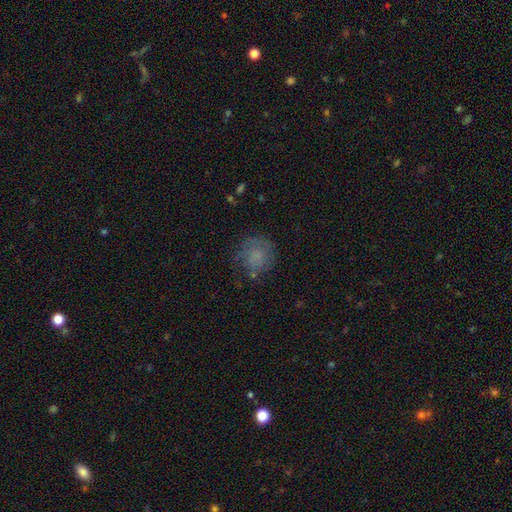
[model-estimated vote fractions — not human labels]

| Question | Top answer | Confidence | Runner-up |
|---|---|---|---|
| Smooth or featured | smooth | 68% | featured or disk (21%) |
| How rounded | round | 85% | in between (14%) |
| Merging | none | 65% | minor disturbance (21%) |